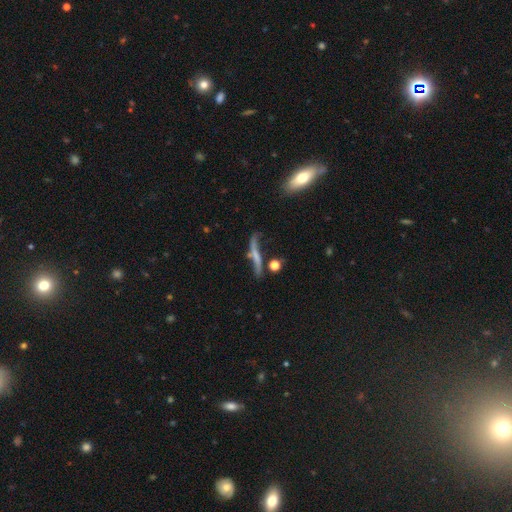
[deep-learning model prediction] featured or disk 53%, smooth 37%, star or artifact 10%. Down the decision tree: edge-on disk — yes (62%); merging — none (48%).